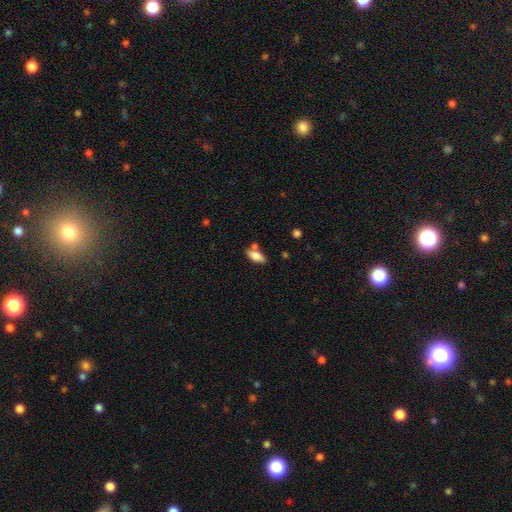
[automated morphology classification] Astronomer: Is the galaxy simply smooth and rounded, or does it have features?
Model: smooth — 76%.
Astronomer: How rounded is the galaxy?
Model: in between — 83%.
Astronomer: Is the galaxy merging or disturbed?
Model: none — 67%.